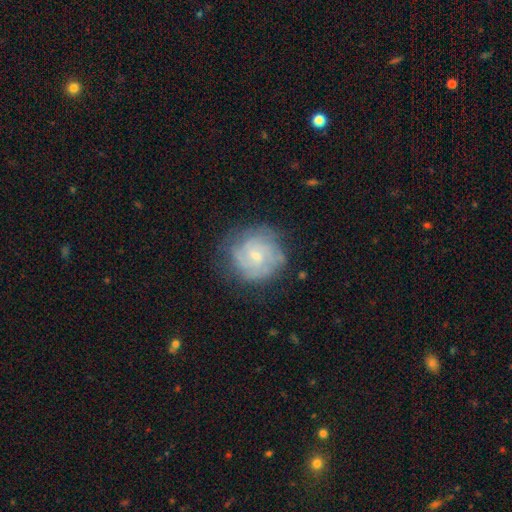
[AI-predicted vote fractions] Smooth or featured? featured or disk (67%)
Edge-on disk? no (98%)
Bar? no (58%)
Spiral arms? yes (86%)
Spiral winding? tight (64%)
Spiral arm count? can't tell (46%)
Bulge size? small (65%)
Merging? none (71%)